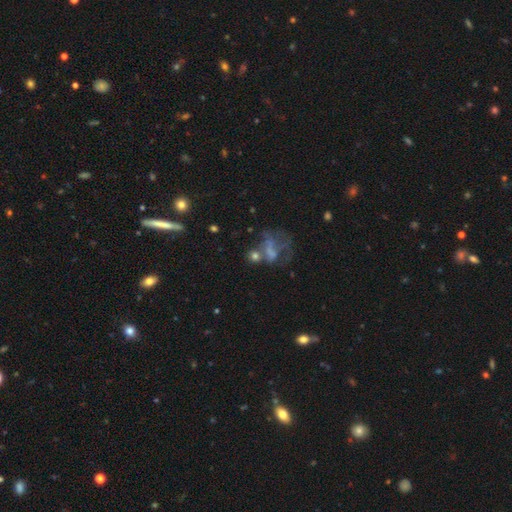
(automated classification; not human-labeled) Smooth or featured? featured or disk (41%)
Merging? major disturbance (35%)